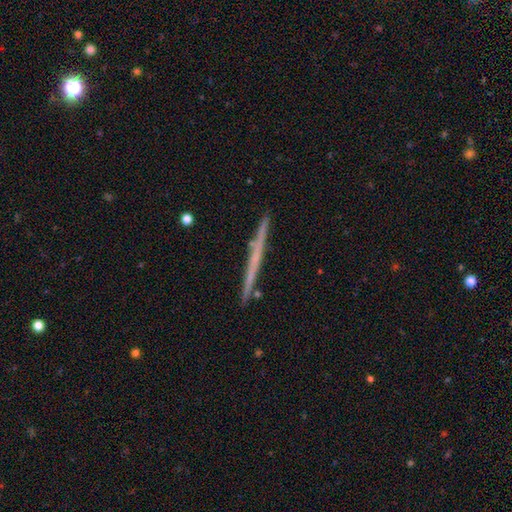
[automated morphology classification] Overall: featured or disk (57%; smooth 37%). Edge-on disk: yes (97%). Edge-on bulge: none (89%). Merging: none (90%).